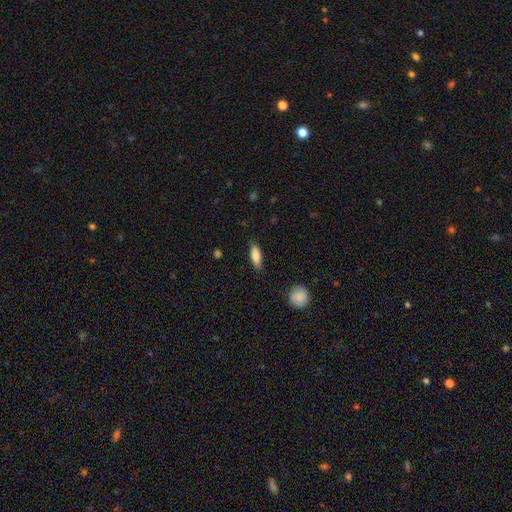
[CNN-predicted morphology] type=smooth (81%); roundness=in between (61%); merging=none (83%).